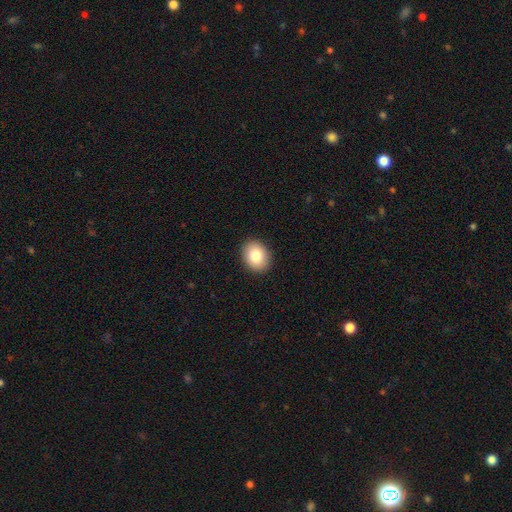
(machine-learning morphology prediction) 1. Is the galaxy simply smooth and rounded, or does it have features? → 84% smooth, 8% featured or disk, 8% star or artifact.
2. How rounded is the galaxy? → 58% in between, 41% round, 1% cigar-shaped.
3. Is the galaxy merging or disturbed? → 91% none, 6% minor disturbance, 2% major disturbance, 1% merger.